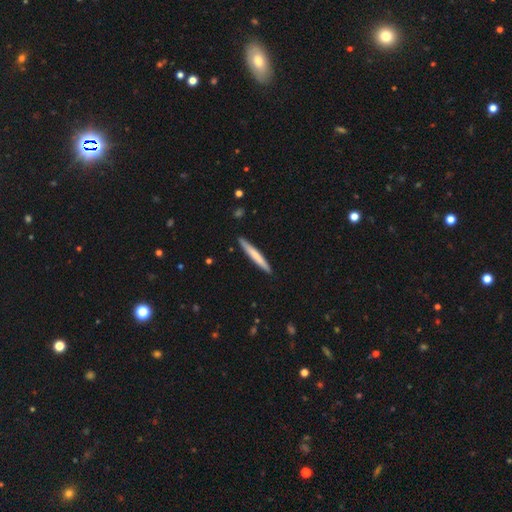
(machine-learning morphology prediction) Smooth or featured? Predicted: smooth (p=0.67). How rounded? Predicted: cigar-shaped (p=0.96). Merging? Predicted: none (p=0.91).